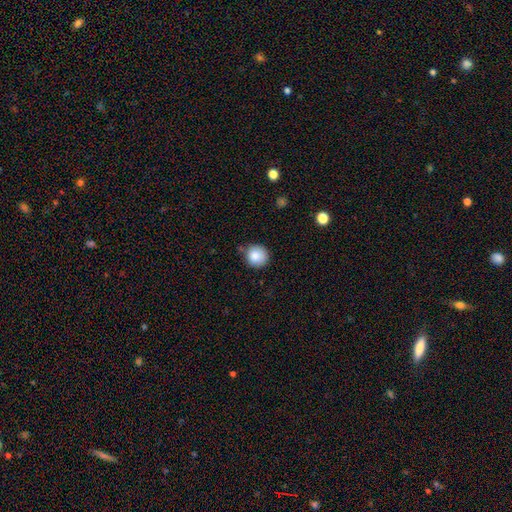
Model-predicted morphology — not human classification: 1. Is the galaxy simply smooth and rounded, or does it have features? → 86% smooth, 9% star or artifact, 5% featured or disk.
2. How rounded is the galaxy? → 91% round, 8% in between, 1% cigar-shaped.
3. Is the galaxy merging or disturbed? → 75% none, 18% minor disturbance, 4% merger, 3% major disturbance.